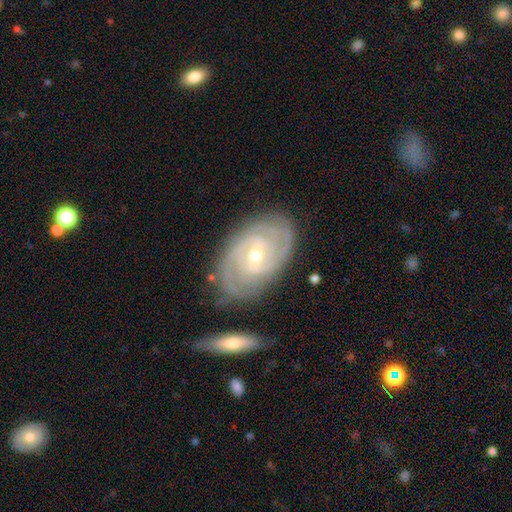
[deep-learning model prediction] smooth-or-featured: featured or disk: 87% | smooth: 8% | star or artifact: 5%
  disk-edge-on: no: 95% | yes: 5%
    bar: weak: 51% | no: 30% | strong: 19%
    has-spiral-arms: yes: 97% | no: 3%
      spiral-winding: tight: 73% | medium: 23% | loose: 4%
      spiral-arm-count: 2: 28% (tied) | 3: 28% (tied) | can't tell: 22% | 4: 13% | more than 4: 5% | 1: 4%
    bulge-size: moderate: 50% | small: 48% | large: 1% | none: 1% | dominant: 1%
  merging: none: 78% | minor disturbance: 14% | major disturbance: 4% | merger: 4%